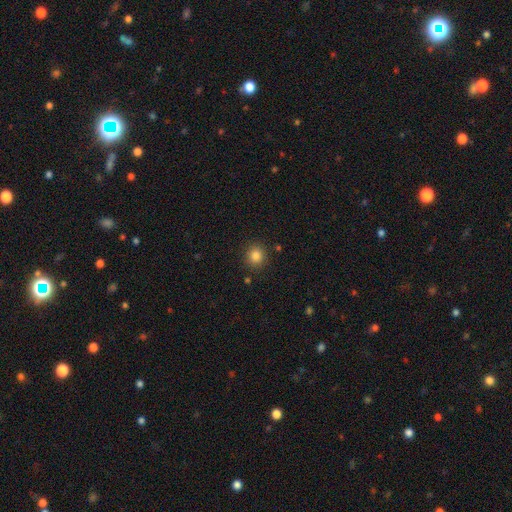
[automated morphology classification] Overall: smooth (83%). How rounded: round (89%). Merging: none (89%).